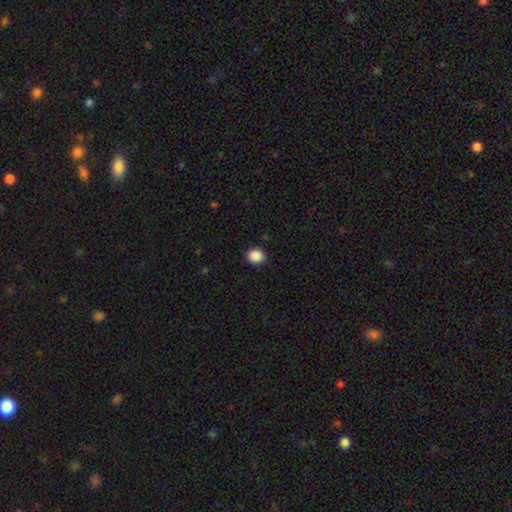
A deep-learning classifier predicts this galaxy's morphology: Smooth or featured: smooth — 88% (star or artifact — 9%)
How rounded: round — 75% (in between — 24%)
Merging: none — 90% (minor disturbance — 7%)